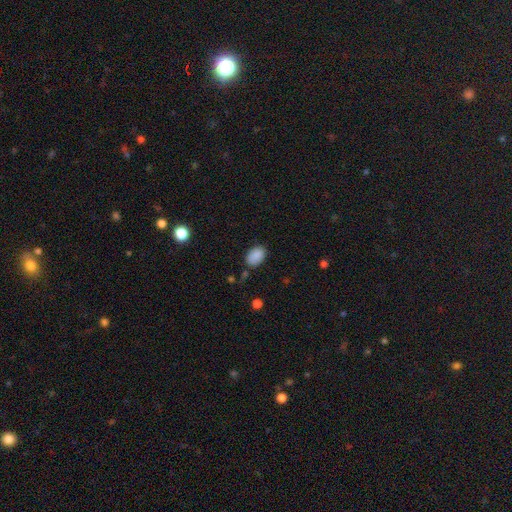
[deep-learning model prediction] smooth-or-featured: smooth: 88% | star or artifact: 8% | featured or disk: 4%
  how-rounded: in between: 86% | round: 13% | cigar-shaped: 1%
  merging: none: 79% | minor disturbance: 15% | major disturbance: 3% | merger: 2%